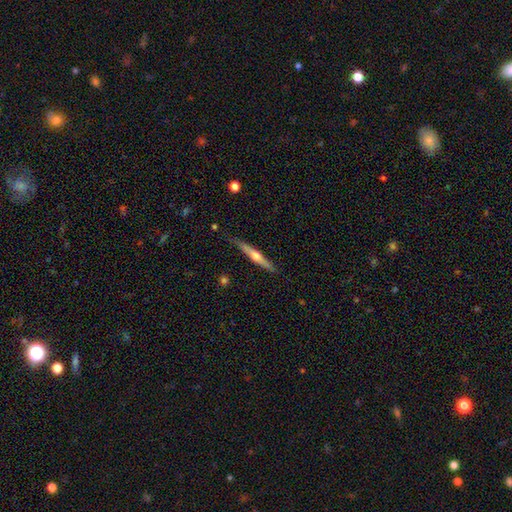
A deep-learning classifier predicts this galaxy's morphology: Smooth or featured?
  - featured or disk: 67% *
  - smooth: 28%
  - star or artifact: 6%
Edge-on disk?
  - yes: 97% *
  - no: 3%
Edge-on bulge?
  - rounded: 87% *
  - none: 8%
  - boxy: 5%
Merging?
  - none: 82% *
  - minor disturbance: 14%
  - major disturbance: 2%
  - merger: 1%